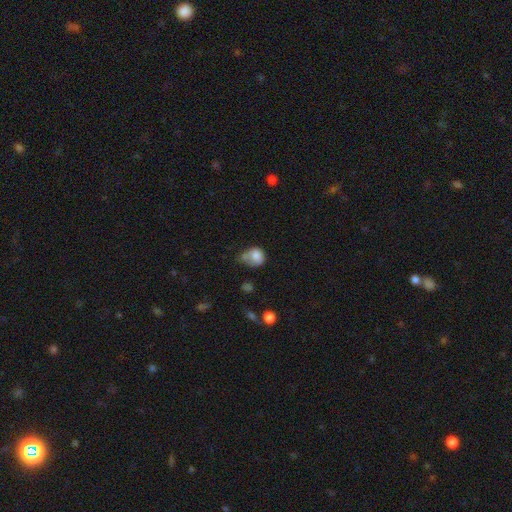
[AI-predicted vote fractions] Q: Smooth or featured?
A: smooth (76%); runner-up: featured or disk (15%)
Q: How rounded?
A: round (62%); runner-up: in between (37%)
Q: Merging?
A: minor disturbance (37%); runner-up: none (31%)